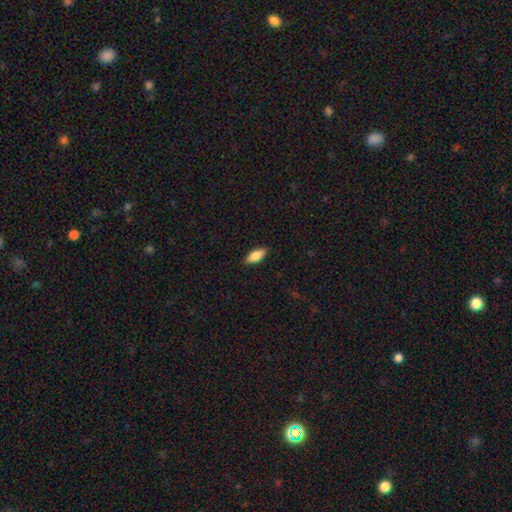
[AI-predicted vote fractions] This is clearly a smooth galaxy (84%). How rounded: likely in between (80%). Merging: clearly none (88%).